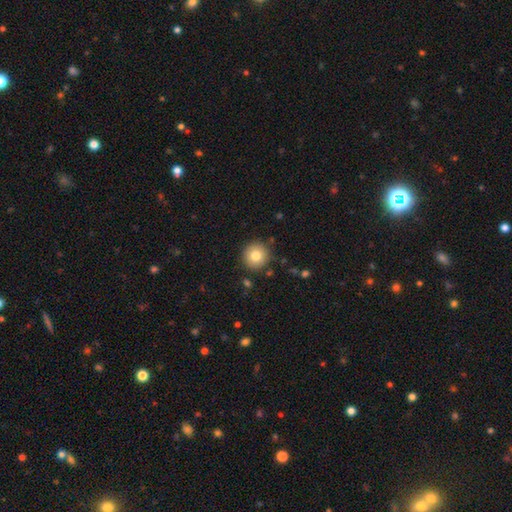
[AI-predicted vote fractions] Smooth or featured?
  - smooth: 79% *
  - featured or disk: 11%
  - star or artifact: 10%
How rounded?
  - round: 94% *
  - in between: 5%
  - cigar-shaped: 1%
Merging?
  - none: 89% *
  - minor disturbance: 7%
  - major disturbance: 2%
  - merger: 2%